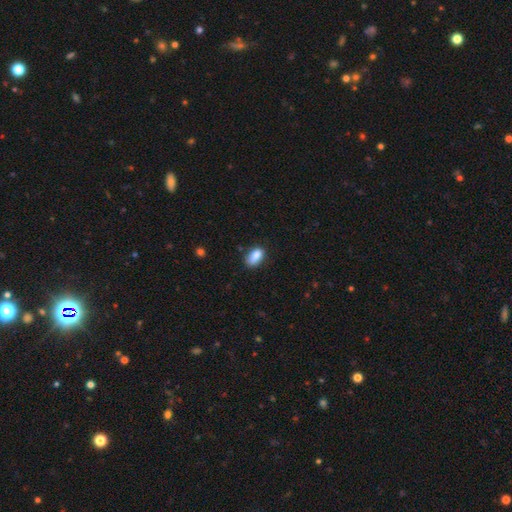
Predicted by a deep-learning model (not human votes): Smooth or featured?
  - smooth: 86% *
  - star or artifact: 8%
  - featured or disk: 6%
How rounded?
  - in between: 89% *
  - round: 7%
  - cigar-shaped: 4%
Merging?
  - none: 71% *
  - minor disturbance: 23%
  - major disturbance: 4%
  - merger: 3%